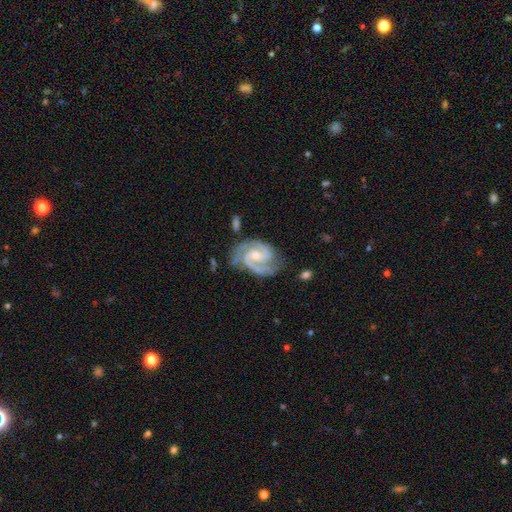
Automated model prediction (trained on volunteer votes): smooth_or_featured: featured or disk (p=0.92) [alt: star or artifact p=0.05]
disk_edge_on: no (p=0.98) [alt: yes p=0.02]
bar: weak (p=0.46) [alt: no p=0.42]
has_spiral_arms: yes (p=0.98) [alt: no p=0.02]
spiral_winding: tight (p=0.49) [alt: medium p=0.45]
spiral_arm_count: 2 (p=0.85) [alt: 3 p=0.08]
bulge_size: small (p=0.46) [alt: moderate p=0.43]
merging: none (p=0.72) [alt: minor disturbance p=0.19]